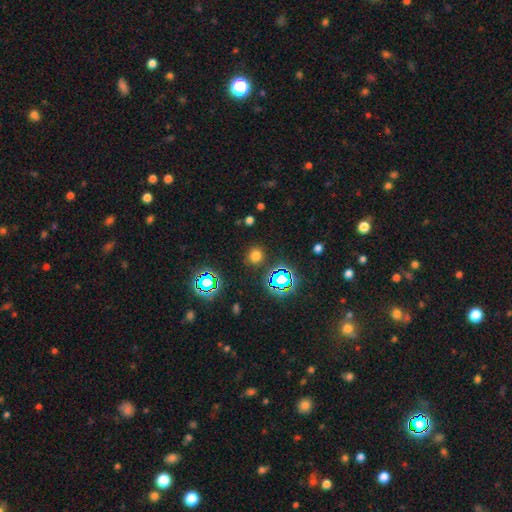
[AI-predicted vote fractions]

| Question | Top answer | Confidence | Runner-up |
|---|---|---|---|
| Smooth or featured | smooth | 65% | star or artifact (29%) |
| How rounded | round | 85% | in between (14%) |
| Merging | none | 87% | minor disturbance (7%) |